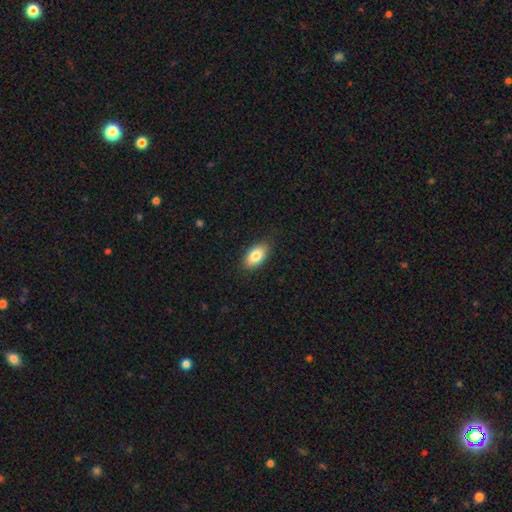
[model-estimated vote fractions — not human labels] Smooth or featured: smooth — 82% (featured or disk — 11%)
How rounded: in between — 92% (round — 5%)
Merging: none — 85% (minor disturbance — 11%)